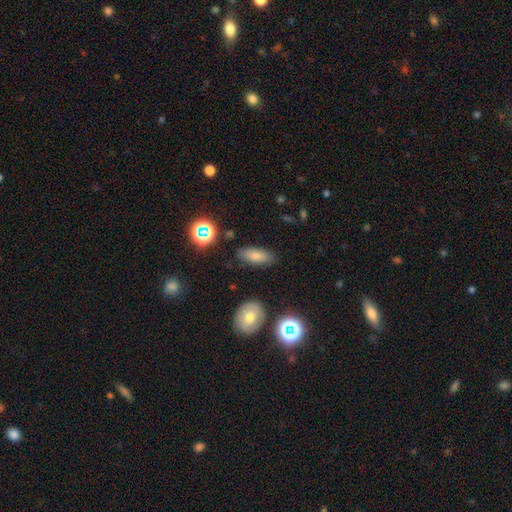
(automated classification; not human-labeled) A smooth galaxy with no disk features (77%) that is in between round and cigar-shaped (79%). Merging: none (81%).